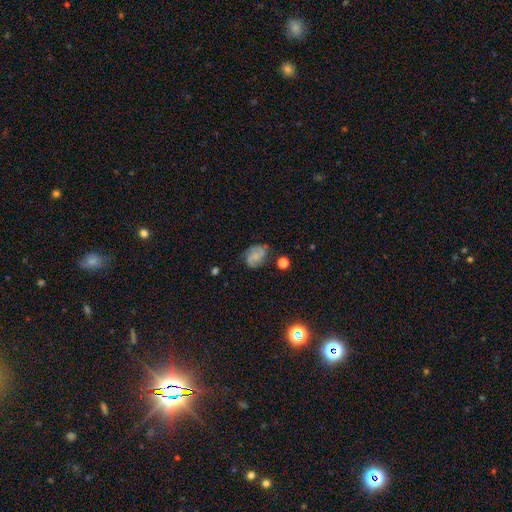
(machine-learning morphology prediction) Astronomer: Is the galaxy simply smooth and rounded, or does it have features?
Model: featured or disk — 52% (runner-up: smooth, 38%).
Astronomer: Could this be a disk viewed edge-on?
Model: no — 98%.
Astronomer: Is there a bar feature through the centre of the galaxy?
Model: no — 69%.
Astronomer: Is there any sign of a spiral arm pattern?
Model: yes — 88%.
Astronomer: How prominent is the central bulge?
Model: small — 45% (runner-up: none, 36%).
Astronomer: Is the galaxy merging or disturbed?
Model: none — 68%.